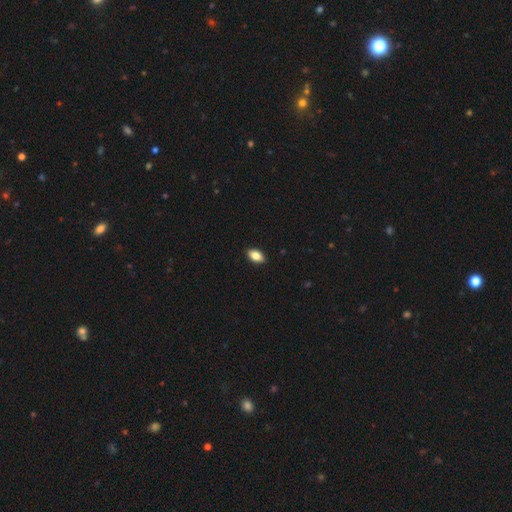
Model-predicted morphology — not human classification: Smooth or featured? Predicted: smooth (p=0.83). How rounded? Predicted: in between (p=0.91). Merging? Predicted: none (p=0.90).